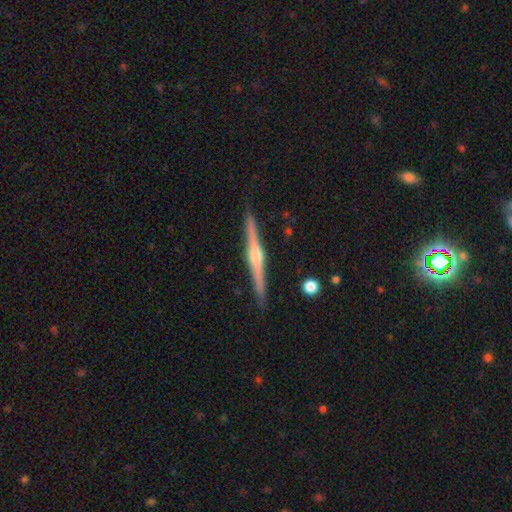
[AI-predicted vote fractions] Smooth or featured: featured or disk — 79% (smooth — 15%)
Edge-on disk: yes — 98% (no — 2%)
Edge-on bulge: rounded — 89% (boxy — 6%)
Merging: none — 90% (minor disturbance — 7%)